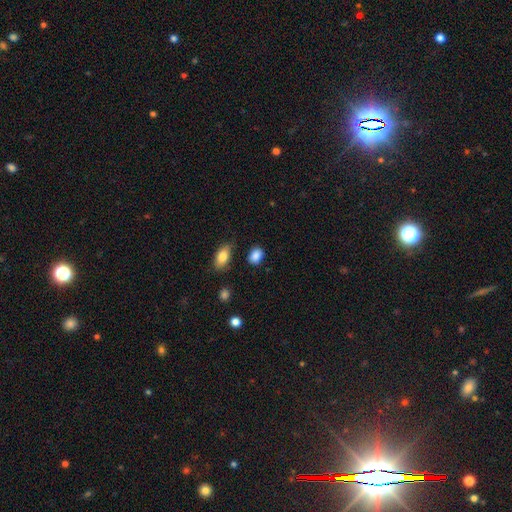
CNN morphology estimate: smooth-or-featured: smooth: 88% | star or artifact: 8% | featured or disk: 4%
  how-rounded: in between: 68% | round: 31% | cigar-shaped: 2%
  merging: none: 80% | minor disturbance: 14% | major disturbance: 3% | merger: 3%